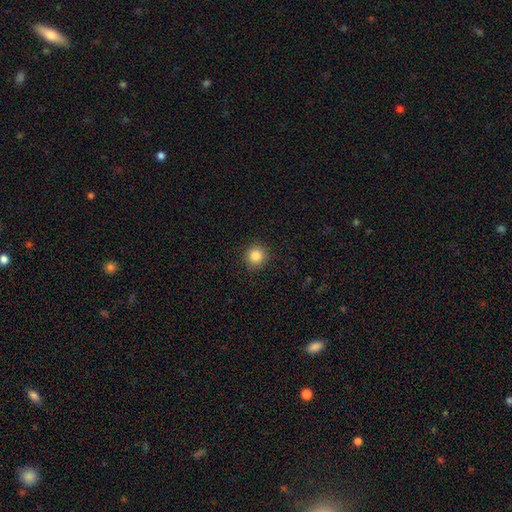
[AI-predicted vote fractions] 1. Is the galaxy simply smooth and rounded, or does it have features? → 85% smooth, 10% star or artifact, 5% featured or disk.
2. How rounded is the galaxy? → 92% round, 7% in between, 1% cigar-shaped.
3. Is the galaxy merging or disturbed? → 90% none, 7% minor disturbance, 2% major disturbance, 1% merger.